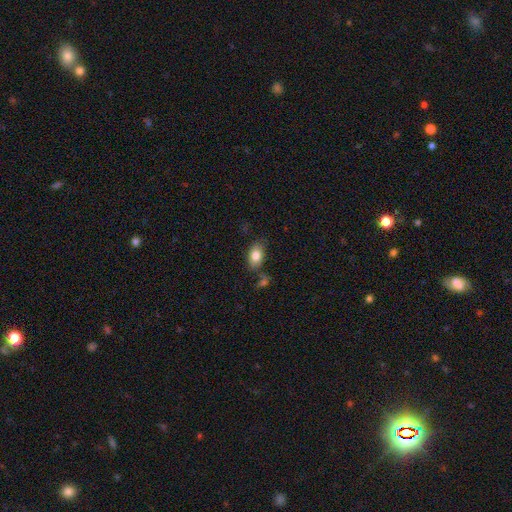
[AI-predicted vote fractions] This is clearly a smooth galaxy (83%). How rounded: clearly in between (89%). Merging: likely none (71%).